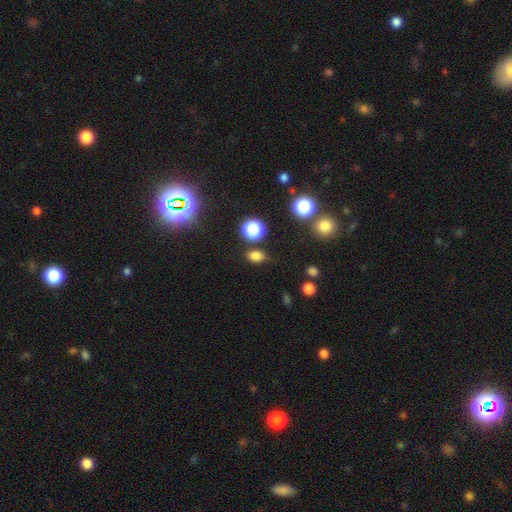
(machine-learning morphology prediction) Smooth or featured? Predicted: smooth (p=0.76). How rounded? Predicted: in between (p=0.76). Merging? Predicted: none (p=0.77).